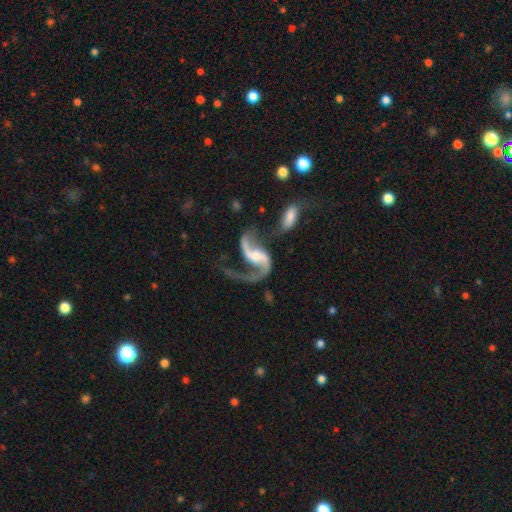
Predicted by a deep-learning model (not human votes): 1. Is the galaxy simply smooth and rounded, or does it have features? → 91% featured or disk, 5% star or artifact, 5% smooth.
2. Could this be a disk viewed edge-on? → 97% no, 3% yes.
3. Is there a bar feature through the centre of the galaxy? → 43% weak, 37% no, 20% strong.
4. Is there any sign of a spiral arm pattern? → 96% yes, 4% no.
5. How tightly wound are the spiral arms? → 78% loose, 19% medium, 3% tight.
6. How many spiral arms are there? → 87% 2, 9% 1, 2% can't tell, 1% 3, 1% 4, 1% more than 4.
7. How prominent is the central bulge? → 45% moderate, 37% small, 10% none, 7% large, 2% dominant.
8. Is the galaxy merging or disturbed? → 37% none, 25% merger, 24% major disturbance, 15% minor disturbance.